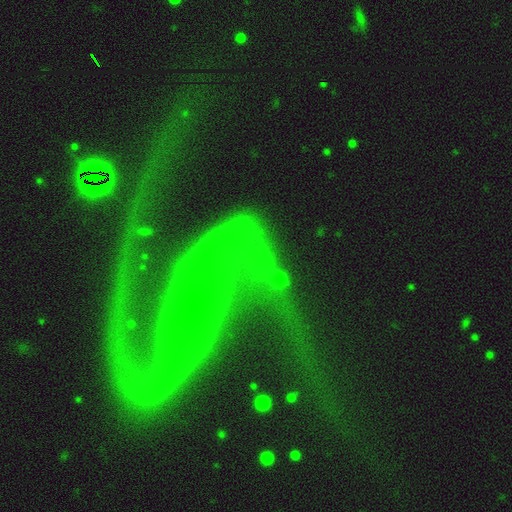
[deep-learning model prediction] A featured or disk galaxy (88%) with a strong bar (42%), 2 (93%) loose (54%) spiral arms (95%) and a small central bulge (83%). Merging: none (58%).